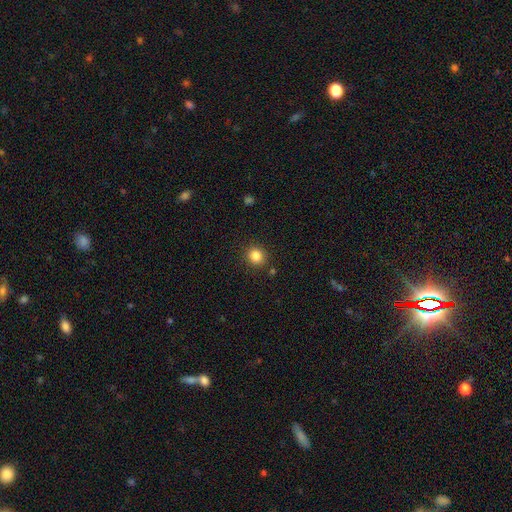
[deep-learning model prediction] smooth-or-featured: smooth: 84% | star or artifact: 11% | featured or disk: 5%
  how-rounded: round: 85% | in between: 14% | cigar-shaped: 1%
  merging: none: 88% | minor disturbance: 7% | major disturbance: 2% | merger: 2%